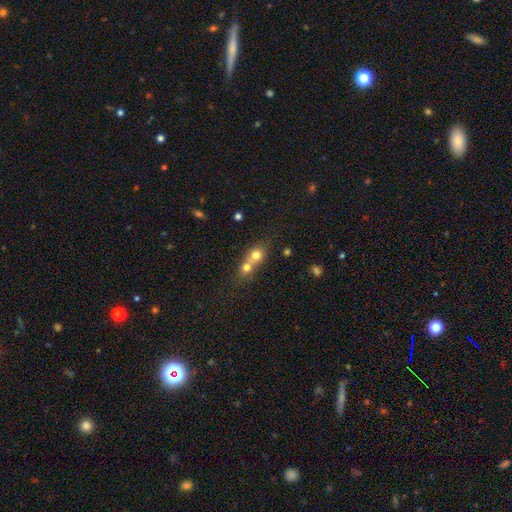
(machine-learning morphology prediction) Smooth or featured?
  - smooth: 70% *
  - featured or disk: 18%
  - star or artifact: 12%
How rounded?
  - round: 68% *
  - in between: 29%
  - cigar-shaped: 3%
Merging?
  - merger: 70% *
  - none: 22%
  - minor disturbance: 5%
  - major disturbance: 3%